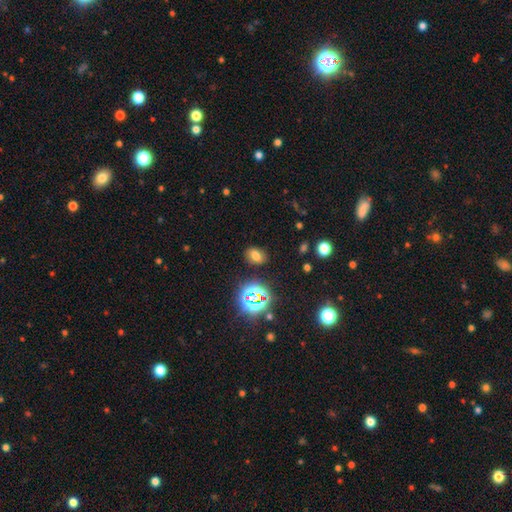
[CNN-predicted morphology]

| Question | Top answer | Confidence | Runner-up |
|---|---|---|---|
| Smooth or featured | smooth | 63% | star or artifact (26%) |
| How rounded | in between | 73% | round (26%) |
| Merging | none | 84% | minor disturbance (10%) |